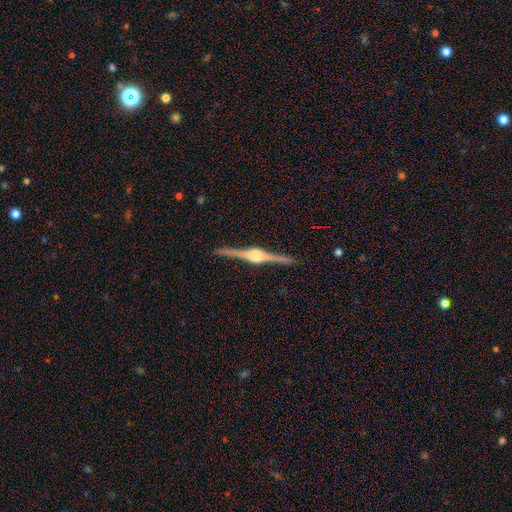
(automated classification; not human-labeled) The model was most divided on "edge-on bulge": rounded: 84%, boxy: 14%, none: 2%. More confident: edge-on disk — yes (99%); merging — none (92%); smooth or featured — featured or disk (89%).